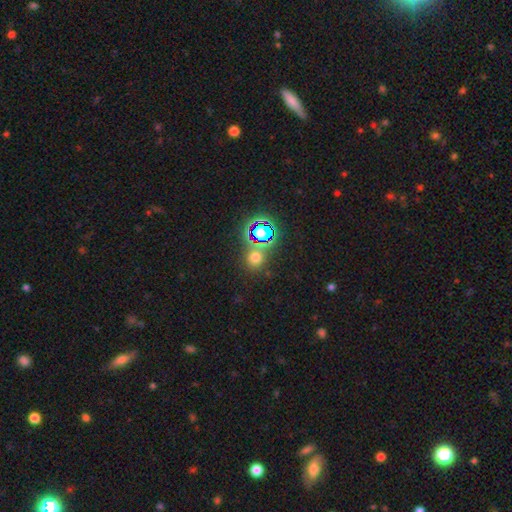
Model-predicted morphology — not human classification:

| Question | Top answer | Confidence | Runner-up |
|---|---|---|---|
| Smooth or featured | smooth | 57% | star or artifact (35%) |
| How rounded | round | 85% | in between (13%) |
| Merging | none | 76% | merger (11%) |